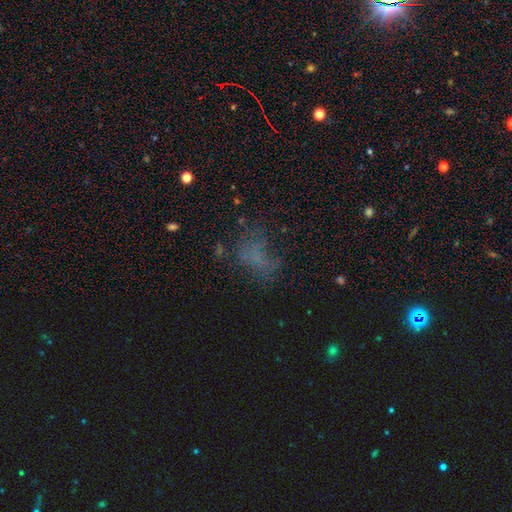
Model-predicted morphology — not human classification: The model was most divided on "smooth or featured": smooth: 42%, star or artifact: 31%, featured or disk: 27%. Remaining: merging — none (44%).